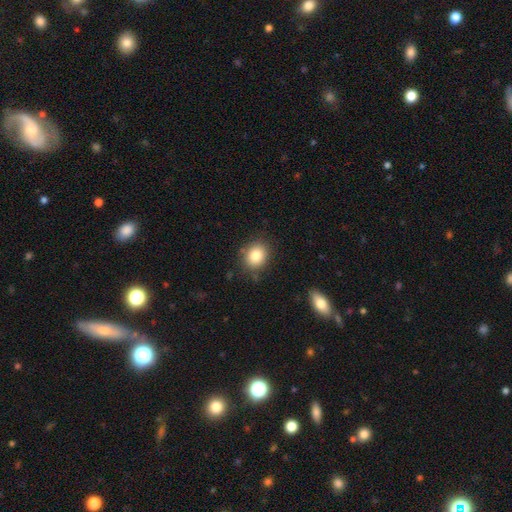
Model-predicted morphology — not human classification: smooth_or_featured: smooth (p=0.83) [alt: star or artifact p=0.10]
how_rounded: round (p=0.69) [alt: in between p=0.30]
merging: none (p=0.84) [alt: minor disturbance p=0.11]